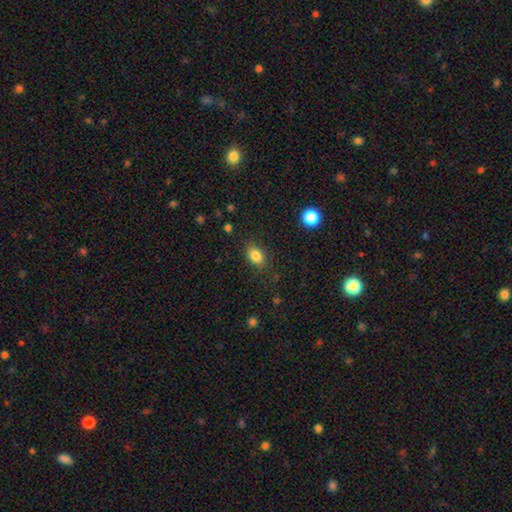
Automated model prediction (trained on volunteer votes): This is clearly a smooth galaxy (84%). How rounded: likely in between (79%). Merging: clearly none (83%).